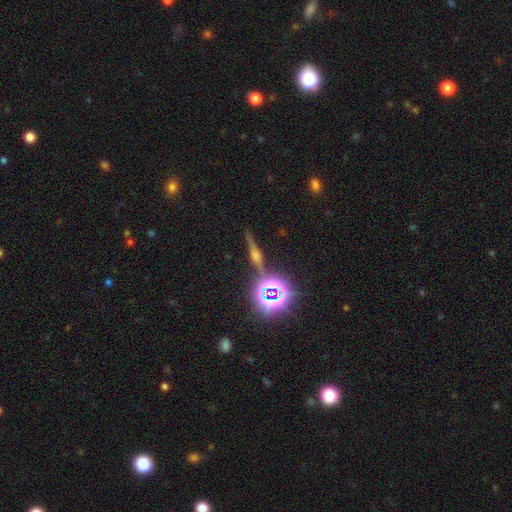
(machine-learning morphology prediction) Smooth or featured?
  - featured or disk: 56% *
  - star or artifact: 28%
  - smooth: 16%
Edge-on disk?
  - yes: 93% *
  - no: 7%
Edge-on bulge?
  - rounded: 84% *
  - boxy: 12%
  - none: 5%
Merging?
  - none: 83% *
  - minor disturbance: 9%
  - merger: 4%
  - major disturbance: 3%